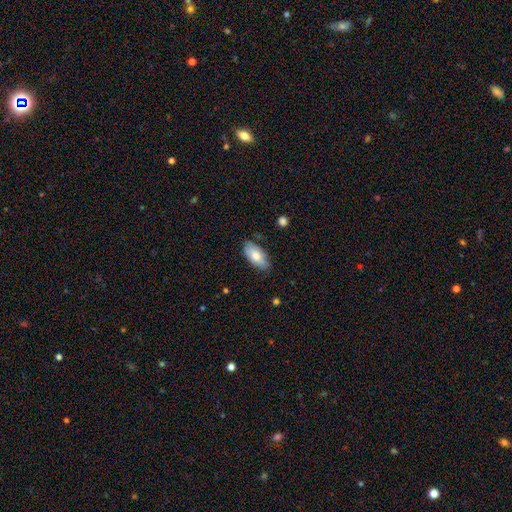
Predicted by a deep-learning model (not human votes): This is likely a smooth galaxy (75%). How rounded: clearly in between (92%). Merging: likely none (77%).